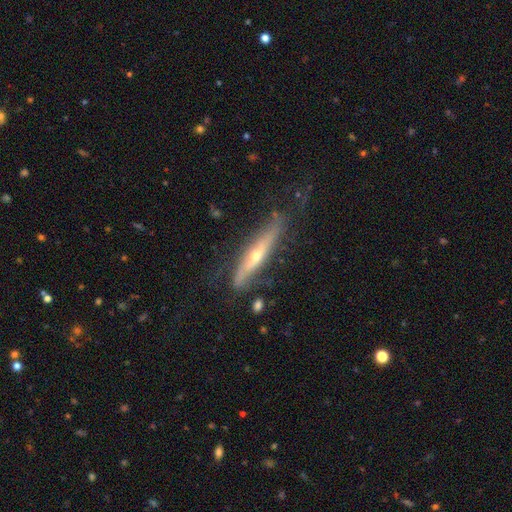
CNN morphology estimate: smooth_or_featured: featured or disk (p=0.74) [alt: smooth p=0.19]
disk_edge_on: yes (p=0.81) [alt: no p=0.19]
edge_on_bulge: rounded (p=0.83) [alt: none p=0.14]
merging: none (p=0.65) [alt: minor disturbance p=0.24]